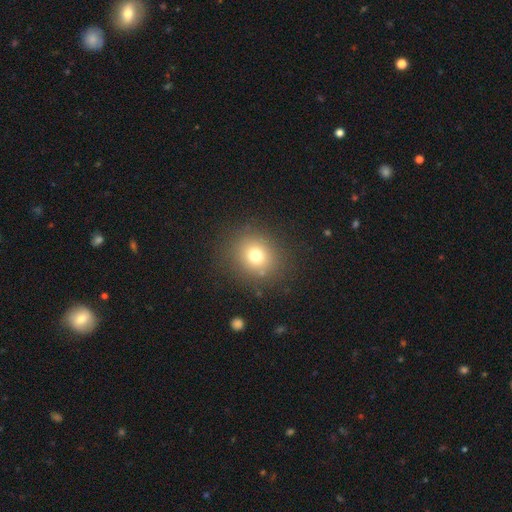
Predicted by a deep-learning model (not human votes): A smooth galaxy with no disk features (73%) that is round (80%).

Vote fractions:
- Smooth or featured? smooth: 73% / star or artifact: 16% / featured or disk: 11%
- How rounded? round: 80% / in between: 19% / cigar-shaped: 1%
- Merging? none: 85% / minor disturbance: 8% / major disturbance: 5% / merger: 2%